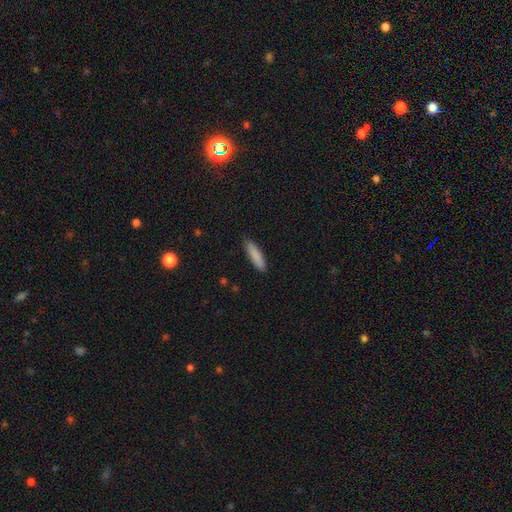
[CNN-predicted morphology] smooth-or-featured: smooth: 87% | featured or disk: 7% | star or artifact: 6%
  how-rounded: cigar-shaped: 75% | in between: 24% | round: 1%
  merging: none: 87% | minor disturbance: 10% | major disturbance: 2% | merger: 1%